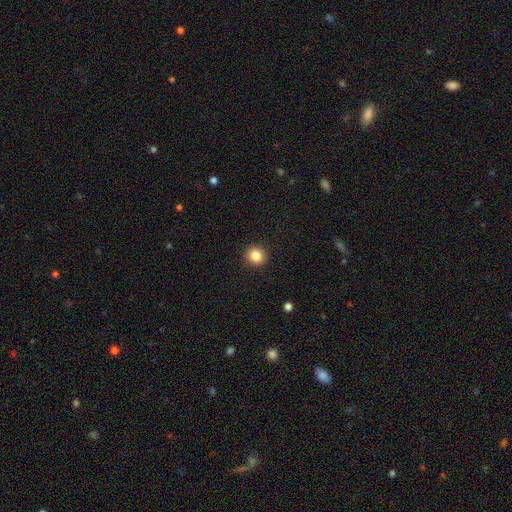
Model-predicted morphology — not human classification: smooth_or_featured: smooth (p=0.85) [alt: star or artifact p=0.10]
how_rounded: round (p=0.85) [alt: in between p=0.14]
merging: none (p=0.92) [alt: minor disturbance p=0.05]